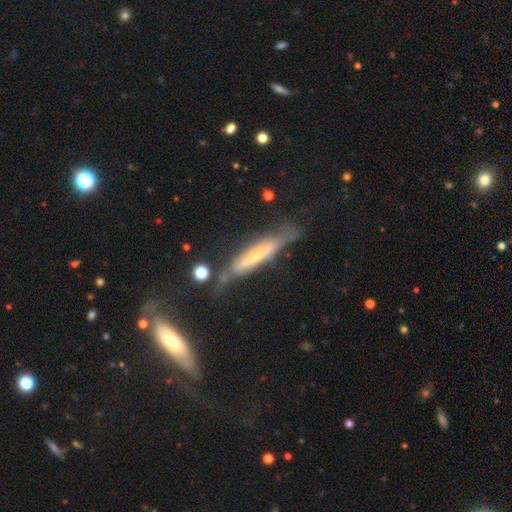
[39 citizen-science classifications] Smooth or featured? featured or disk (54%)
Edge-on disk? yes (76%)
Edge-on bulge? none (44%)
Merging? minor disturbance (42%)